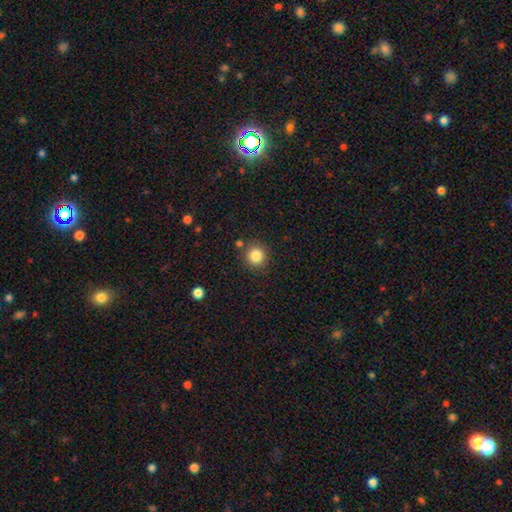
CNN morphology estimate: Q: Smooth or featured?
A: smooth (84%); runner-up: star or artifact (11%)
Q: How rounded?
A: round (91%); runner-up: in between (8%)
Q: Merging?
A: none (85%); runner-up: minor disturbance (8%)